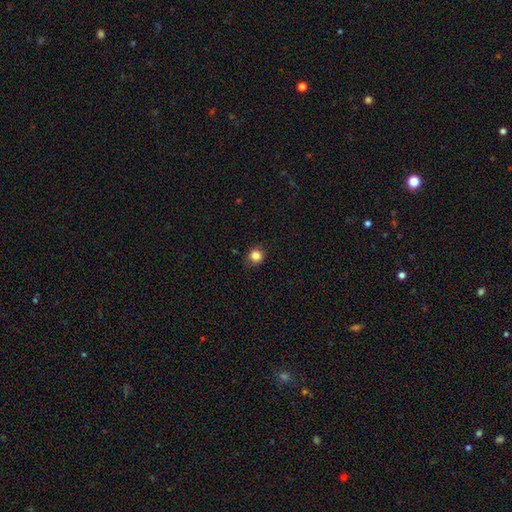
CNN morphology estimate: Smooth or featured?
  - smooth: 84% *
  - star or artifact: 11%
  - featured or disk: 5%
How rounded?
  - round: 87% *
  - in between: 12%
  - cigar-shaped: 1%
Merging?
  - none: 82% *
  - minor disturbance: 14%
  - major disturbance: 3%
  - merger: 1%